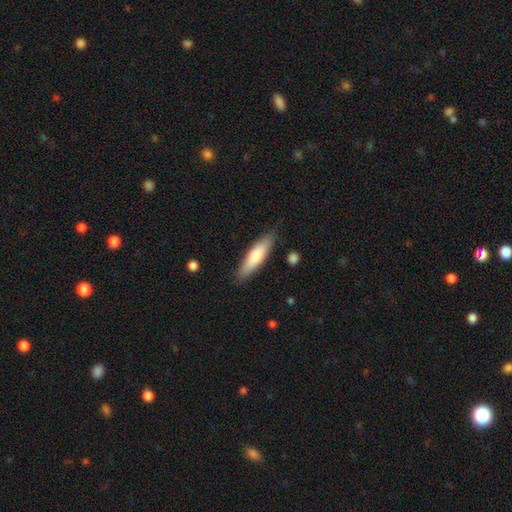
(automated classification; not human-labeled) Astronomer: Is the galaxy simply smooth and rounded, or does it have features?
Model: smooth — 68%.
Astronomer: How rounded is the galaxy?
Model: cigar-shaped — 69%.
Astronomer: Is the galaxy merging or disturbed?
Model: none — 86%.